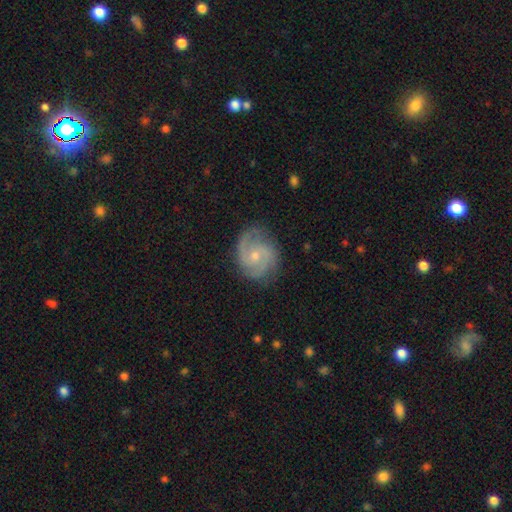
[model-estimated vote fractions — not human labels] Q: Smooth or featured?
A: featured or disk (85%); runner-up: smooth (10%)
Q: Edge-on disk?
A: no (98%); runner-up: yes (2%)
Q: Bar?
A: no (66%); runner-up: weak (30%)
Q: Spiral arms?
A: yes (97%); runner-up: no (3%)
Q: Spiral winding?
A: medium (47%); runner-up: tight (41%)
Q: Spiral arm count?
A: 2 (51%); runner-up: 3 (29%)
Q: Bulge size?
A: small (58%); runner-up: moderate (38%)
Q: Merging?
A: none (77%); runner-up: minor disturbance (16%)